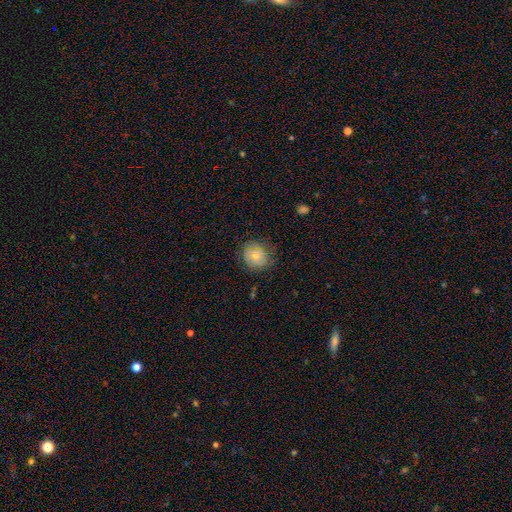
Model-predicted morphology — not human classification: This is possibly a smooth galaxy (53%). How rounded: likely round (78%). Merging: likely none (70%).